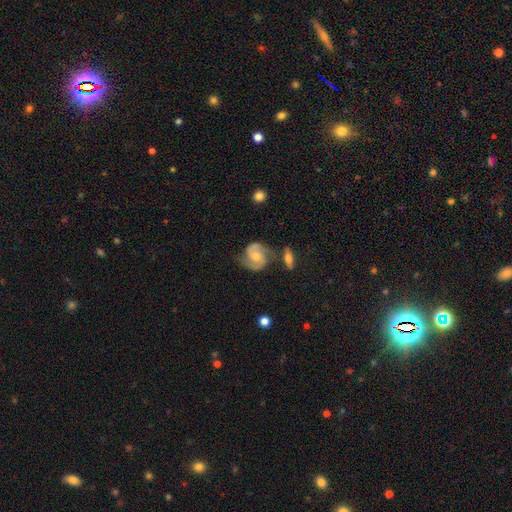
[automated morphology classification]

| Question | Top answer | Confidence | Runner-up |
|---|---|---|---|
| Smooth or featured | featured or disk | 83% | smooth (11%) |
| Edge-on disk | no | 97% | yes (3%) |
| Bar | no | 57% | weak (34%) |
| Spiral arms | yes | 97% | no (3%) |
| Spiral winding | medium | 53% | tight (30%) |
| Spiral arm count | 2 | 91% | can't tell (4%) |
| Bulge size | moderate | 59% | small (33%) |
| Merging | none | 67% | minor disturbance (18%) |